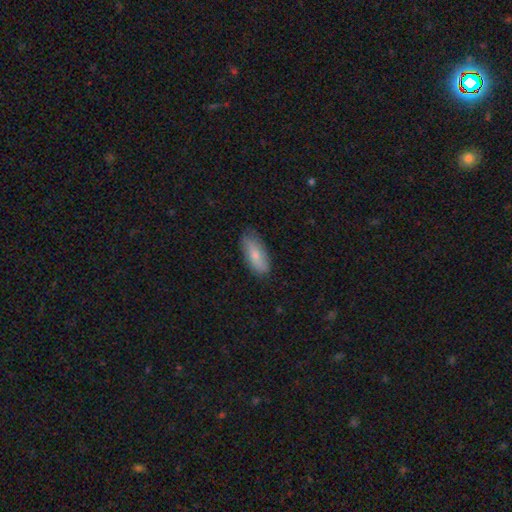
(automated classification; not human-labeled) Smooth or featured? smooth (73%)
How rounded? in between (79%)
Merging? none (78%)